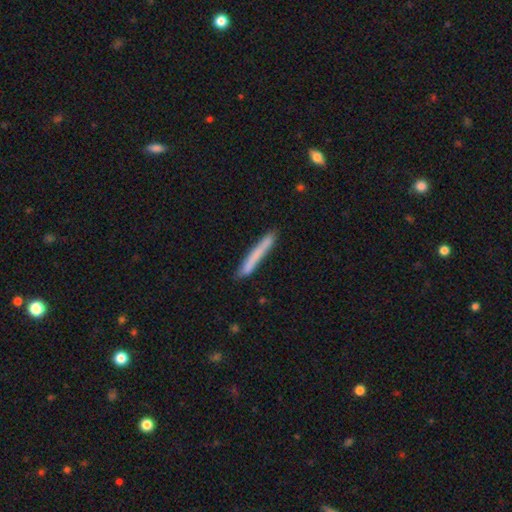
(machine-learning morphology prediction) smooth_or_featured: smooth (p=0.70) [alt: featured or disk p=0.23]
how_rounded: cigar-shaped (p=0.97) [alt: in between p=0.02]
merging: none (p=0.83) [alt: minor disturbance p=0.12]